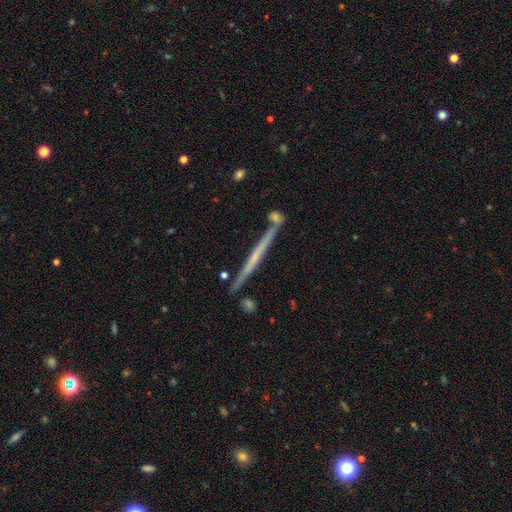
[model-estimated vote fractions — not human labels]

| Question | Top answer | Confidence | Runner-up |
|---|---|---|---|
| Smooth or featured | featured or disk | 65% | smooth (29%) |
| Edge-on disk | yes | 97% | no (3%) |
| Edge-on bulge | none | 75% | rounded (18%) |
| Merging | none | 83% | minor disturbance (9%) |